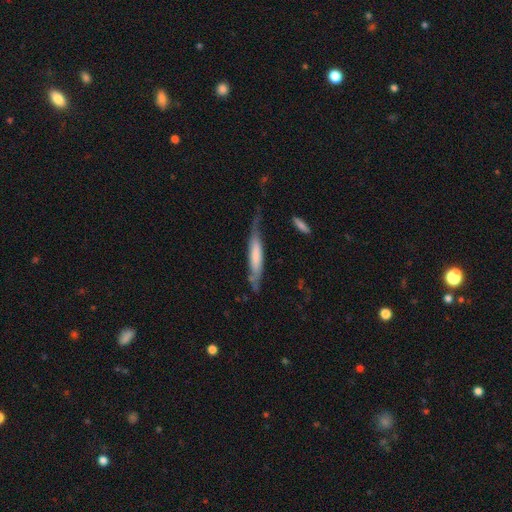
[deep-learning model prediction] This is possibly a smooth galaxy (50%). Merging: possibly none (51%).